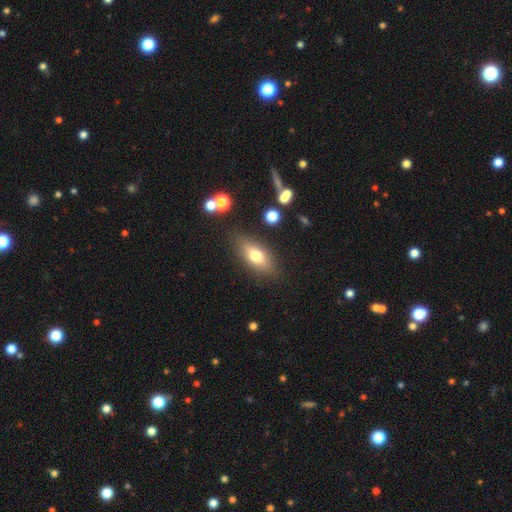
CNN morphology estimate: This appears to be a smooth galaxy with no disk features (70%) that is in between round and cigar-shaped (77%). Merging: none (82%).